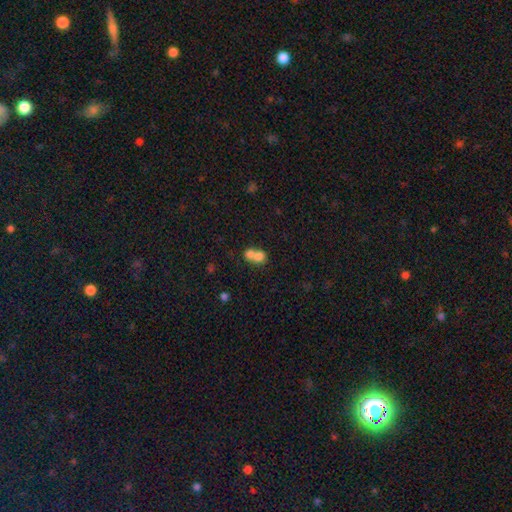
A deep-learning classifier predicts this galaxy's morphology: smooth-or-featured: smooth: 73% | featured or disk: 17% | star or artifact: 11%
  how-rounded: round: 65% | in between: 34% | cigar-shaped: 1%
  merging: merger: 71% | none: 21% | minor disturbance: 5% | major disturbance: 3%